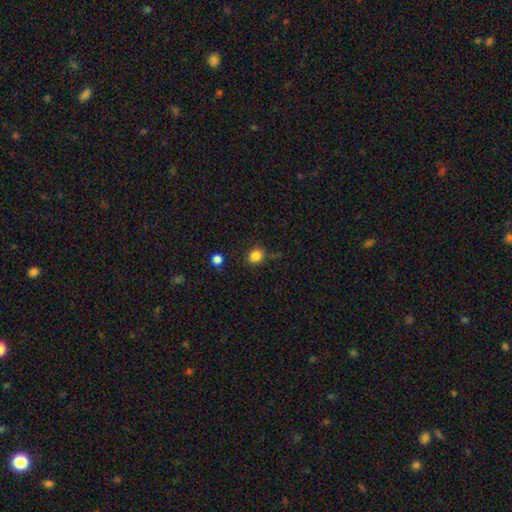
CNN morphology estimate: This appears to be a smooth galaxy with no disk features (85%) that is round (74%). Merging: none (81%).